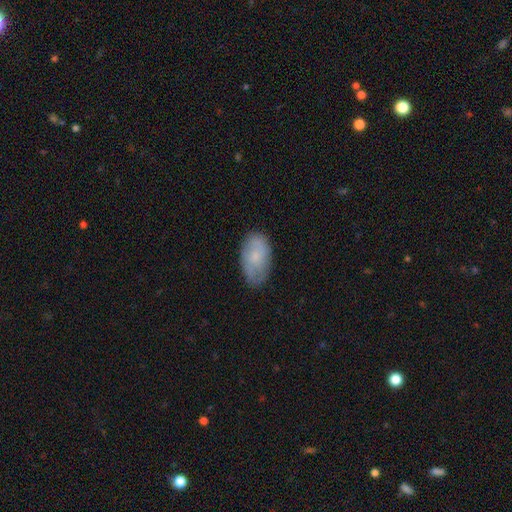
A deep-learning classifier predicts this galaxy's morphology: Smooth or featured? Predicted: smooth (p=0.71). How rounded? Predicted: in between (p=0.94). Merging? Predicted: none (p=0.75).